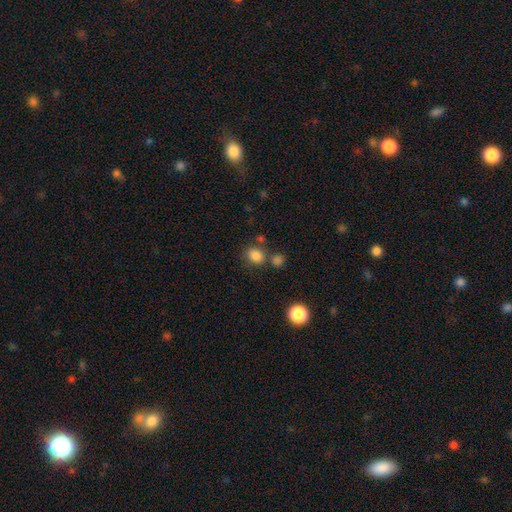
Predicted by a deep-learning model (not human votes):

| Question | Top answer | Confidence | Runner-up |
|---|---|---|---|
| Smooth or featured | smooth | 83% | star or artifact (12%) |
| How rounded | round | 54% | in between (45%) |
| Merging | none | 67% | merger (17%) |